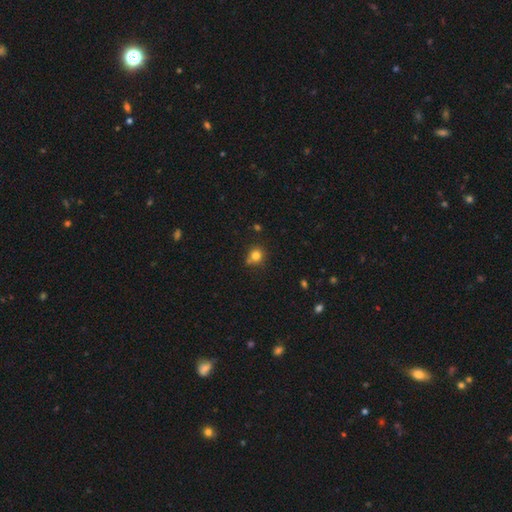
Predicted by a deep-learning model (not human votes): Q: Smooth or featured?
A: smooth (80%); runner-up: star or artifact (13%)
Q: How rounded?
A: round (77%); runner-up: in between (22%)
Q: Merging?
A: none (65%); runner-up: minor disturbance (25%)